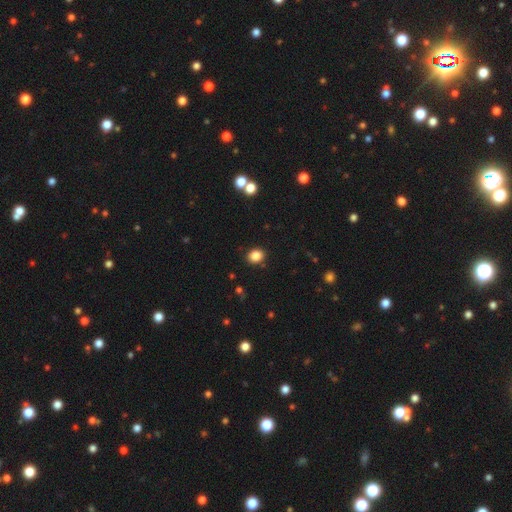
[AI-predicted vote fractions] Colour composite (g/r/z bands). It shows a smooth galaxy with no disk features (85%) that is round (57%). Merging: none (90%).